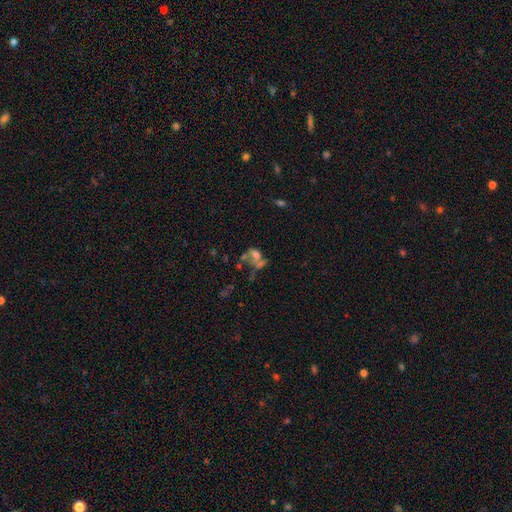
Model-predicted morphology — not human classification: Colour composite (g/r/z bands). It shows a featured or disk galaxy (41%). Merging: merger (37%).